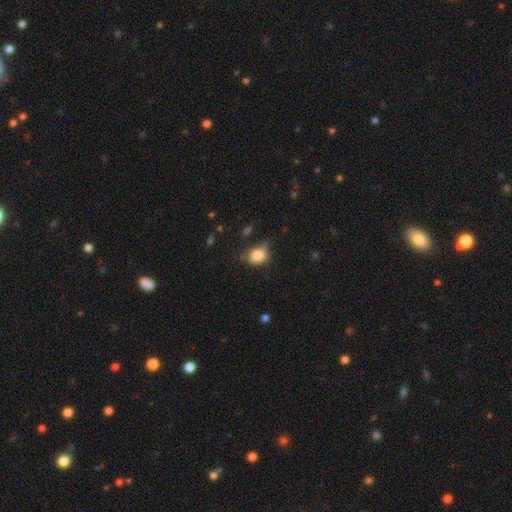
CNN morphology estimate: This appears to be a smooth galaxy with no disk features (80%) that is in between round and cigar-shaped (56%). Merging: none (50%).